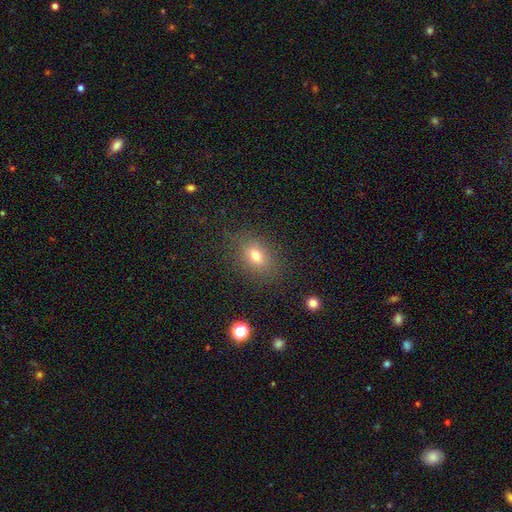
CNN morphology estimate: Smooth or featured: smooth — 74% (star or artifact — 15%)
How rounded: in between — 66% (round — 32%)
Merging: none — 82% (minor disturbance — 12%)